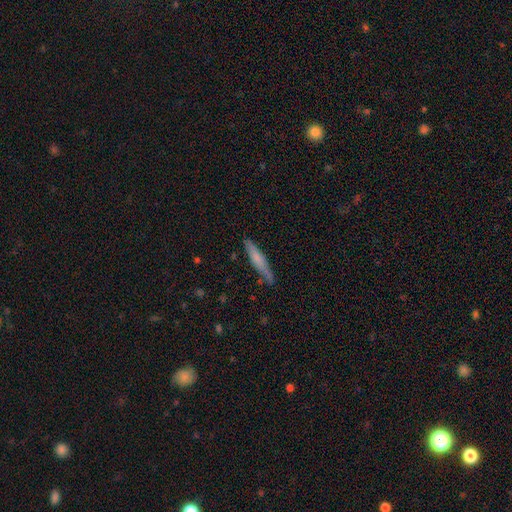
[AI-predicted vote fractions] The model was most divided on "smooth or featured": smooth: 59%, featured or disk: 34%, star or artifact: 6%. More confident: how rounded — cigar-shaped (92%); merging — none (81%).